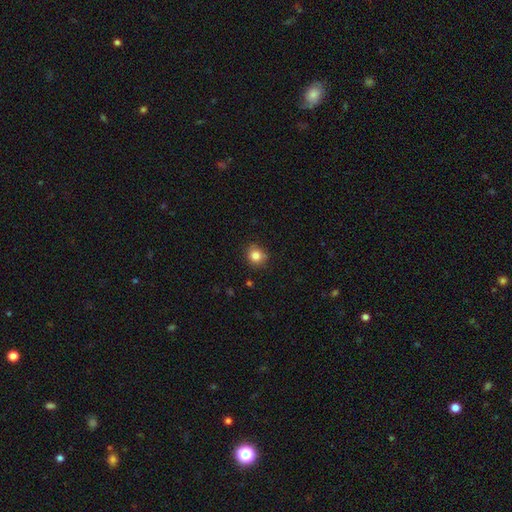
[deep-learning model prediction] Smooth or featured? Predicted: smooth (p=0.84). How rounded? Predicted: round (p=0.79). Merging? Predicted: none (p=0.78).